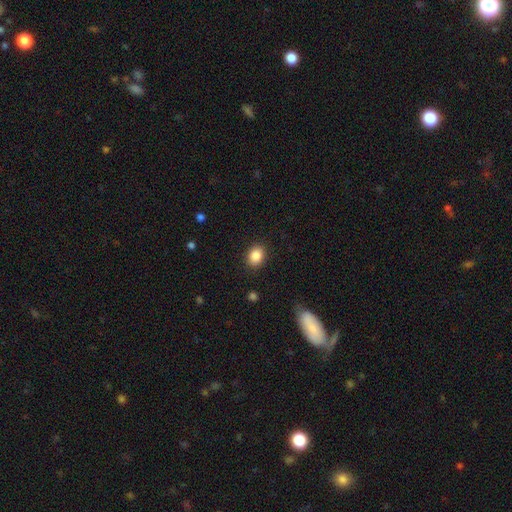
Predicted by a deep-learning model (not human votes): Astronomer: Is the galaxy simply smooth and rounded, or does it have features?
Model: smooth — 87%.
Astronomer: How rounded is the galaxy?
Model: in between — 52% (runner-up: round, 47%).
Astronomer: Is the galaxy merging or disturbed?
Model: none — 89%.